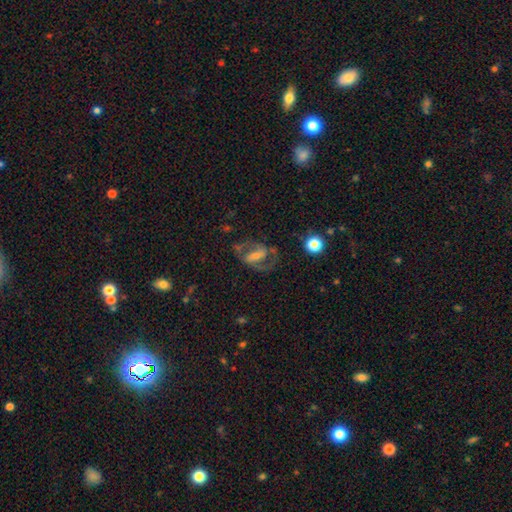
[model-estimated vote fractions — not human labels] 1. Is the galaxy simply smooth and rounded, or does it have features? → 70% featured or disk, 20% smooth, 10% star or artifact.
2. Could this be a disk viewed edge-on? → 94% no, 6% yes.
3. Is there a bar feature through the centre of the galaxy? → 48% strong, 33% weak, 19% no.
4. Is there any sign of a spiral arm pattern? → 75% yes, 25% no.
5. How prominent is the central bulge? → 45% small, 37% moderate, 8% large, 8% none, 2% dominant.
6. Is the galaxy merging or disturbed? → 58% none, 21% major disturbance, 18% minor disturbance, 4% merger.